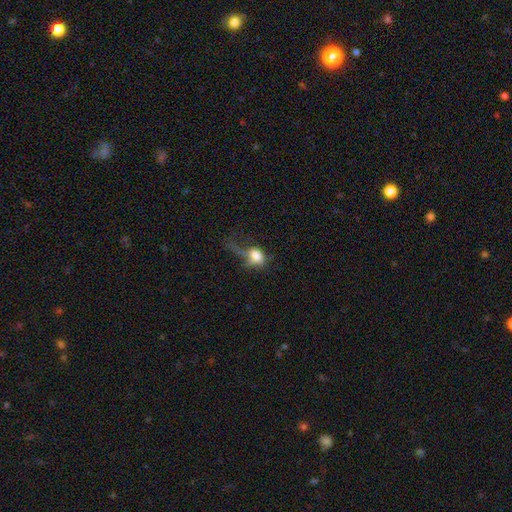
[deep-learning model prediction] Smooth or featured? Predicted: smooth (p=0.65). How rounded? Predicted: in between (p=0.69). Merging? Predicted: major disturbance (p=0.59).